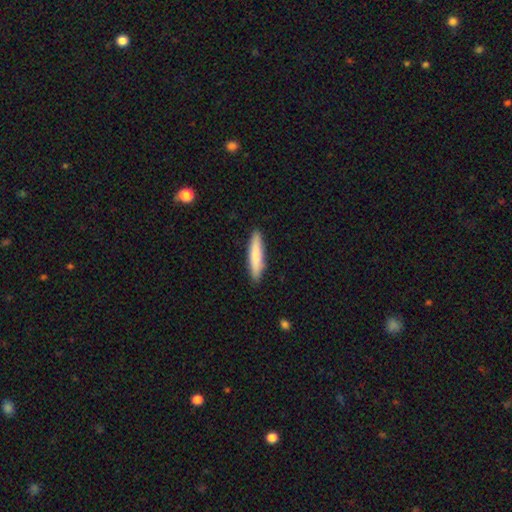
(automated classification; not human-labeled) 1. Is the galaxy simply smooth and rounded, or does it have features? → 80% smooth, 15% featured or disk, 5% star or artifact.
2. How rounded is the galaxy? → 88% cigar-shaped, 11% in between, 1% round.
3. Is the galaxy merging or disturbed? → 90% none, 7% minor disturbance, 1% major disturbance, 1% merger.